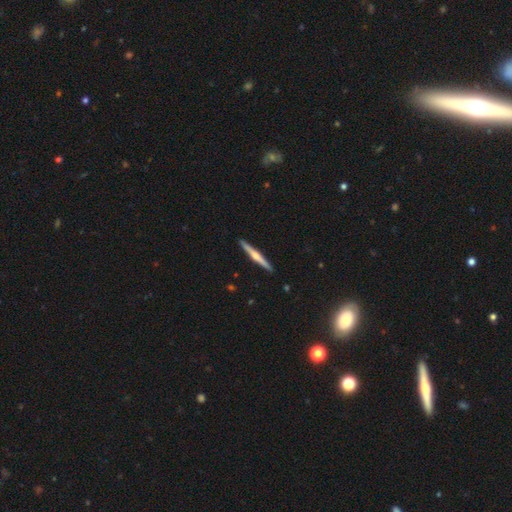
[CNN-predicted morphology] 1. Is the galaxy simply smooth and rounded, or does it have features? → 72% featured or disk, 23% smooth, 5% star or artifact.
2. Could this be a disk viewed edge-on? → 98% yes, 2% no.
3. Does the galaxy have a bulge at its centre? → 86% rounded, 8% none, 6% boxy.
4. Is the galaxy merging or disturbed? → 92% none, 5% minor disturbance, 1% major disturbance, 1% merger.